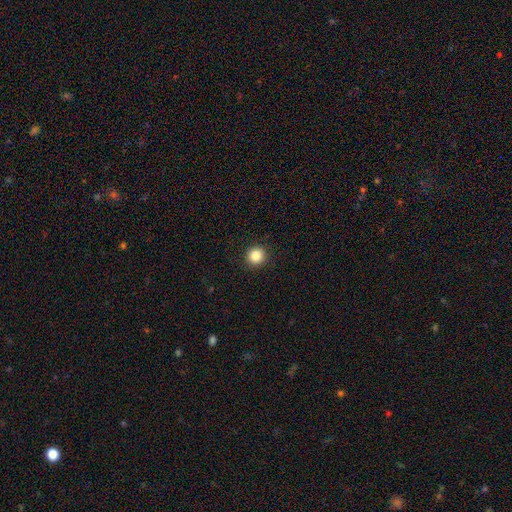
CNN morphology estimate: This appears to be a smooth galaxy with no disk features (85%) that is round (93%). Merging: none (93%).